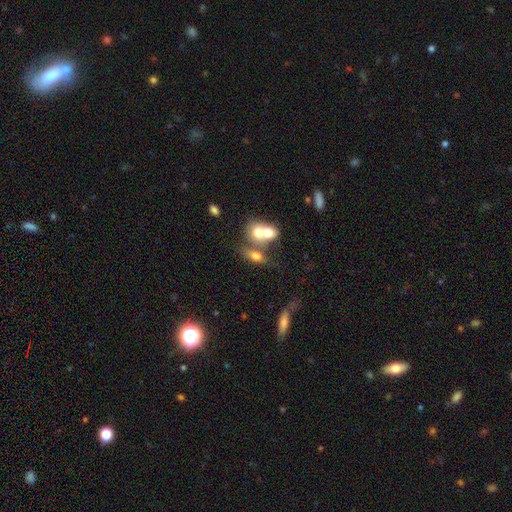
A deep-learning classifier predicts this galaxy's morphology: This appears to be a smooth galaxy with no disk features (67%) that is in between round and cigar-shaped (70%). Merging: merger (59%).